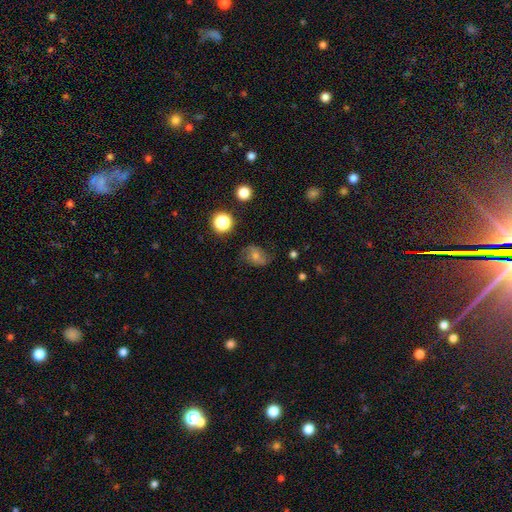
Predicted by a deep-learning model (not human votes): A smooth galaxy with no disk features (43%).

Vote fractions:
- Smooth or featured? smooth: 43% / featured or disk: 40% / star or artifact: 17%
- Merging? none: 68% / minor disturbance: 21% / major disturbance: 10% / merger: 2%